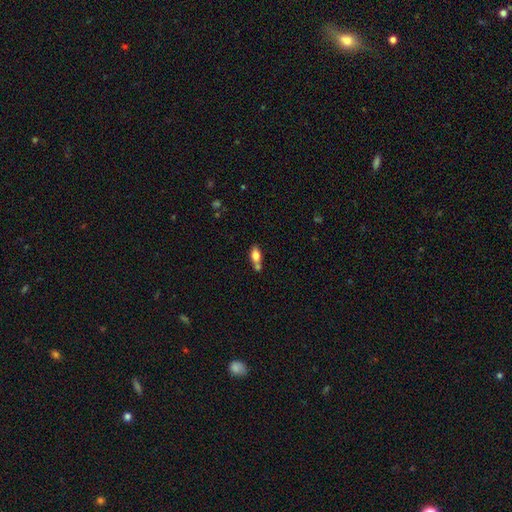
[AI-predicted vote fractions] Overall: smooth (75%). How rounded: in between (84%). Merging: none (47%; merger 35%).